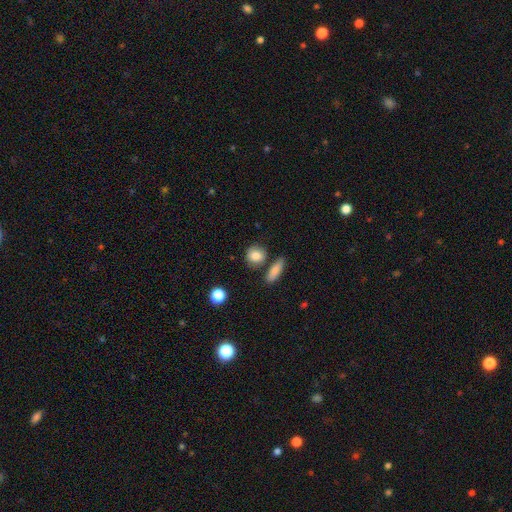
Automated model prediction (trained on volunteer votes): The model was most divided on "how rounded": round: 71%, in between: 25%, cigar-shaped: 4%. More confident: smooth or featured — smooth (84%); merging — none (74%).